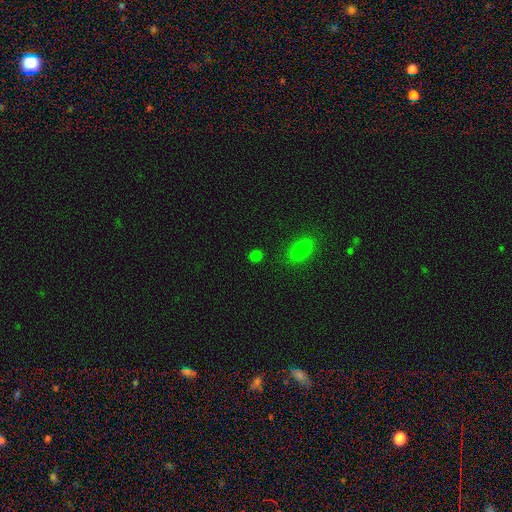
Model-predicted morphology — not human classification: A smooth galaxy with no disk features (76%) that is round (74%).

Vote fractions:
- Smooth or featured? smooth: 76% / star or artifact: 20% / featured or disk: 4%
- How rounded? round: 74% / in between: 24% / cigar-shaped: 2%
- Merging? none: 85% / minor disturbance: 8% / merger: 4% / major disturbance: 3%